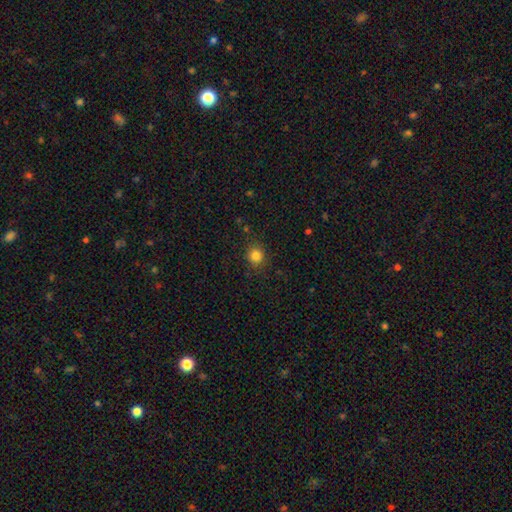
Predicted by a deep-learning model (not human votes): This is clearly a smooth galaxy (83%). How rounded: clearly round (87%). Merging: clearly none (88%).